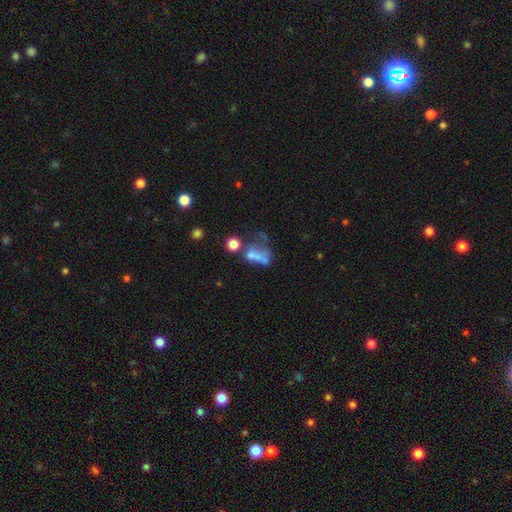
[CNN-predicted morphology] smooth_or_featured: smooth (p=0.48) [alt: featured or disk p=0.35]
merging: merger (p=0.37) [alt: major disturbance p=0.32]